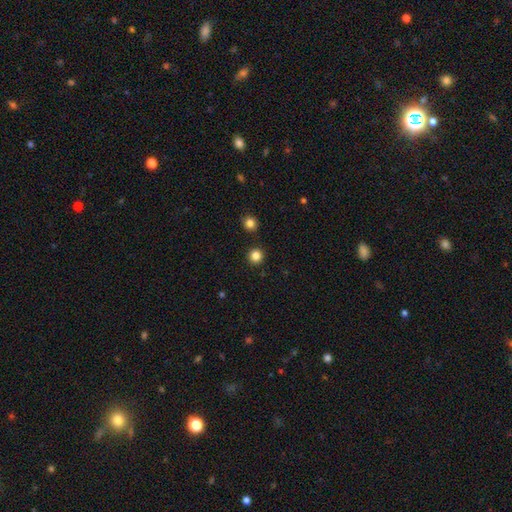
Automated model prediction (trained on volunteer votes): The model was most divided on "smooth or featured": smooth: 83%, star or artifact: 13%, featured or disk: 4%. More confident: how rounded — round (94%); merging — none (90%).